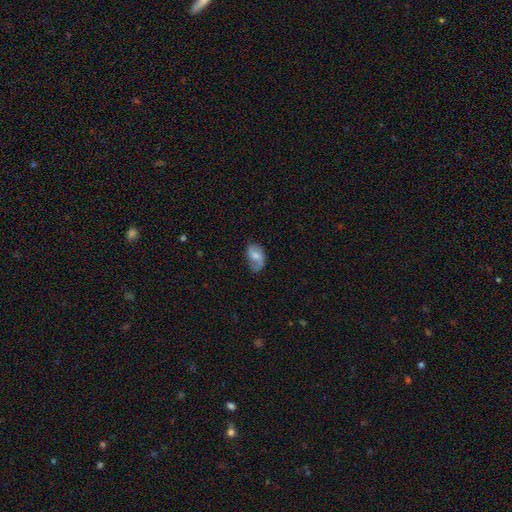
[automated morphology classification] Smooth or featured? smooth (54%)
How rounded? in between (88%)
Merging? none (45%)